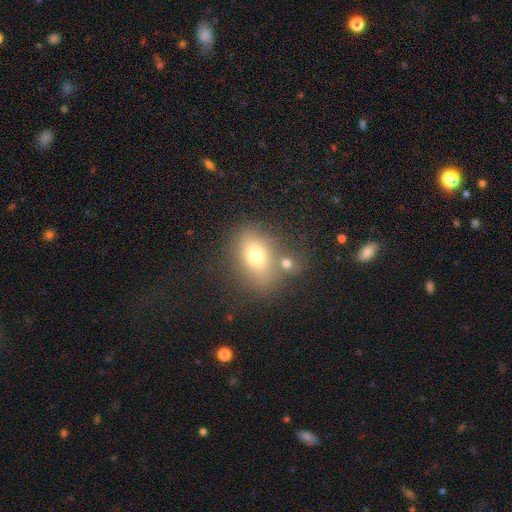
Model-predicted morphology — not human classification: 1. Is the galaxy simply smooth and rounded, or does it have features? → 71% smooth, 17% featured or disk, 12% star or artifact.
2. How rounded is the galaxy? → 70% in between, 28% round, 2% cigar-shaped.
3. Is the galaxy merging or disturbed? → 62% none, 17% merger, 14% minor disturbance, 6% major disturbance.